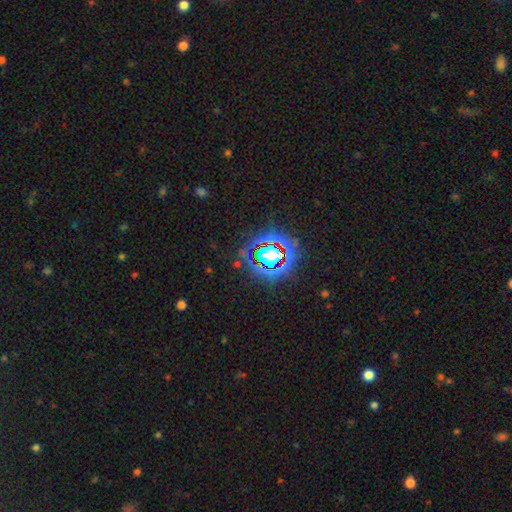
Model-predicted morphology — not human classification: A star or artifact, not a galaxy (79%).